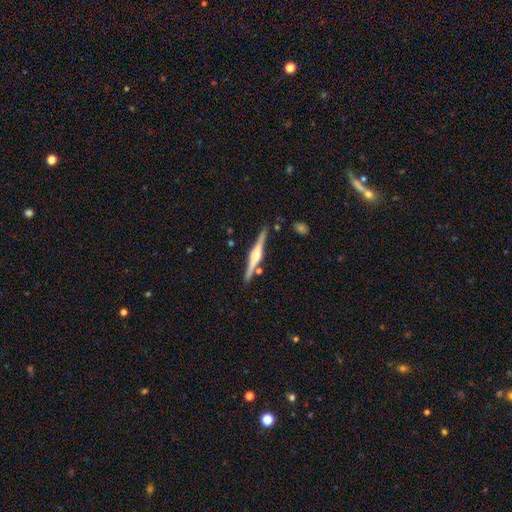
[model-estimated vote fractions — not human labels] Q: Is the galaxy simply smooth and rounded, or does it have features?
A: featured or disk — 79%.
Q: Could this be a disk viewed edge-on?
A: yes — 98%.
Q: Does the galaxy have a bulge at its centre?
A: rounded — 83%.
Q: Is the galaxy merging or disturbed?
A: none — 86%.